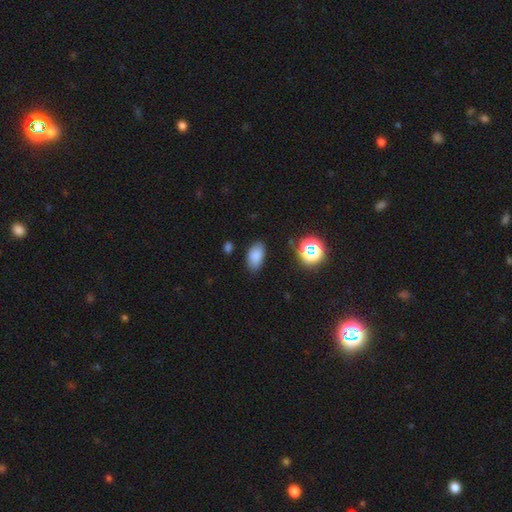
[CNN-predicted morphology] Smooth or featured? smooth (82%)
How rounded? in between (92%)
Merging? none (82%)